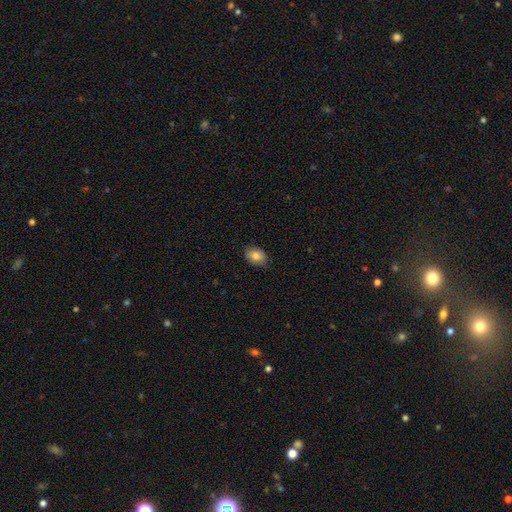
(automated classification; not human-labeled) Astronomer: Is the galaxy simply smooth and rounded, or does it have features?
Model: smooth — 83%.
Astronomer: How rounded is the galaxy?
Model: in between — 78%.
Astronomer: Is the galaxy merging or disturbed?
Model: none — 83%.